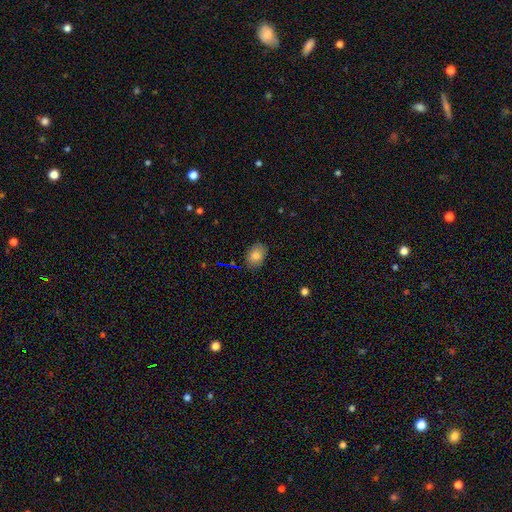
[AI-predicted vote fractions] smooth-or-featured: smooth: 80% | featured or disk: 10% | star or artifact: 10%
  how-rounded: in between: 75% | round: 24% | cigar-shaped: 1%
  merging: none: 82% | minor disturbance: 14% | major disturbance: 3% | merger: 1%